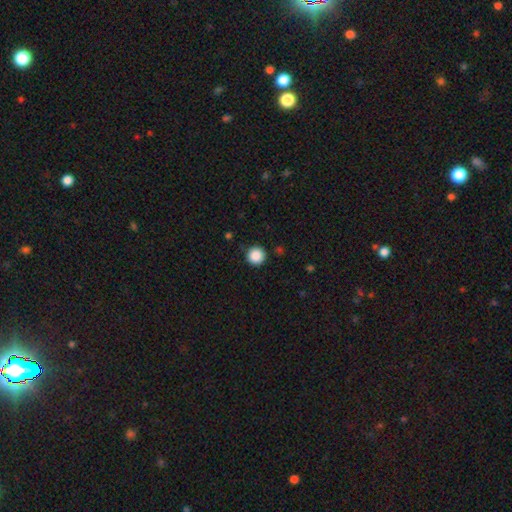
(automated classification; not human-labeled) Smooth or featured? Predicted: smooth (p=0.88). How rounded? Predicted: round (p=0.96). Merging? Predicted: none (p=0.90).